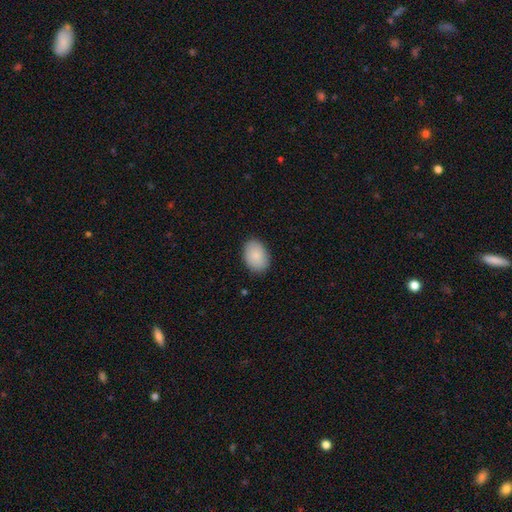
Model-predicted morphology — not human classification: This is clearly a smooth galaxy (88%). How rounded: clearly in between (82%). Merging: clearly none (87%).